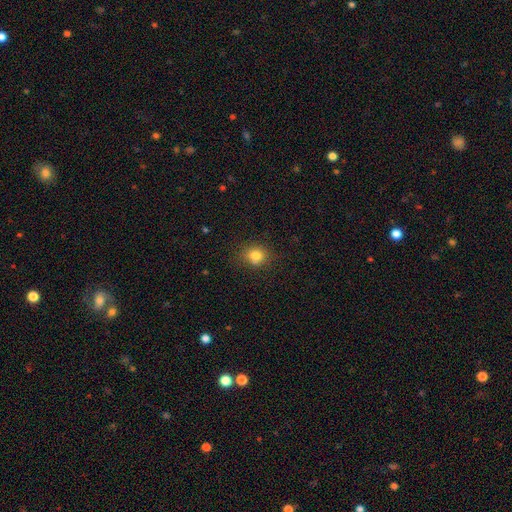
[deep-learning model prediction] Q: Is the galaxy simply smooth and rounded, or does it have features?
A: smooth — 79%.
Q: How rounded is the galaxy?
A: round — 72%.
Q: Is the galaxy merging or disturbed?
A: none — 72%.